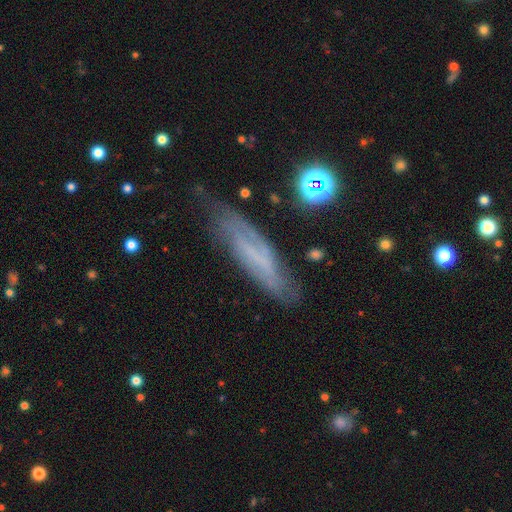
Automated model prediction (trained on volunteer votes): Overall: featured or disk (58%; smooth 31%). Edge-on disk: no (59%; yes 41%). Merging: none (66%).